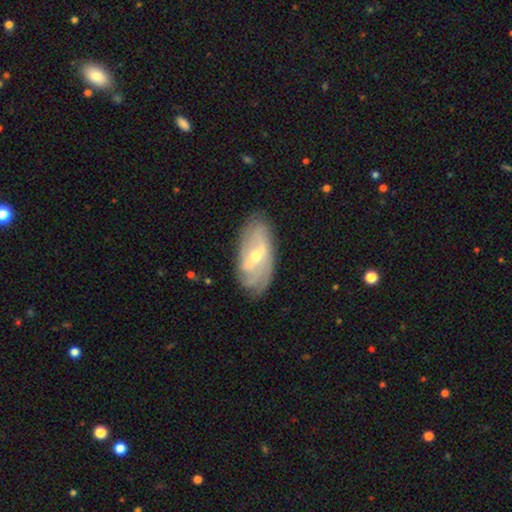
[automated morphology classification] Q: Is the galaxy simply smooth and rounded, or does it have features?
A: featured or disk — 78%.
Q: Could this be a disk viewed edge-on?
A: no — 90%.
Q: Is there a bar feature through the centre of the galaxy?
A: weak — 43%.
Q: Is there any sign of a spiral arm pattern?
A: yes — 85%.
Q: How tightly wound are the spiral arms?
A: tight — 48%.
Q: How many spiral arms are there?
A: can't tell — 40%.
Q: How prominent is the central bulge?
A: small — 49%.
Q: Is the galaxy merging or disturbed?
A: none — 77%.